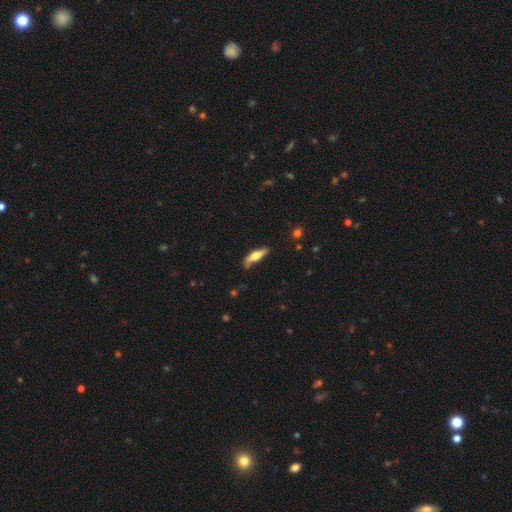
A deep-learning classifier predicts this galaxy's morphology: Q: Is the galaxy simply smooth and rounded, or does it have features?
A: smooth — 51%.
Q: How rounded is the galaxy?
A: cigar-shaped — 61%.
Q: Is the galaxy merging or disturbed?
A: none — 66%.